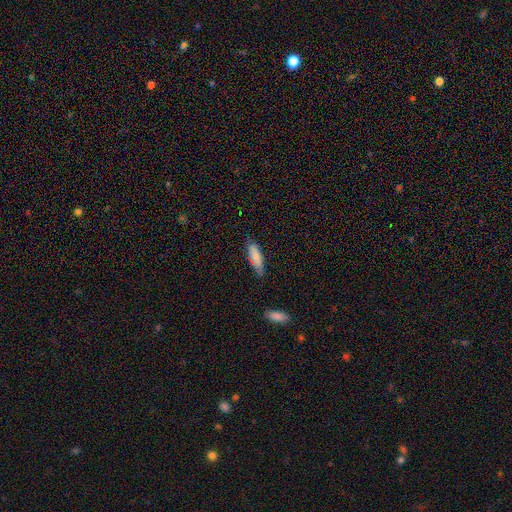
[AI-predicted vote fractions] Smooth or featured: smooth — 74% (featured or disk — 18%)
How rounded: in between — 59% (cigar-shaped — 39%)
Merging: none — 69% (minor disturbance — 24%)